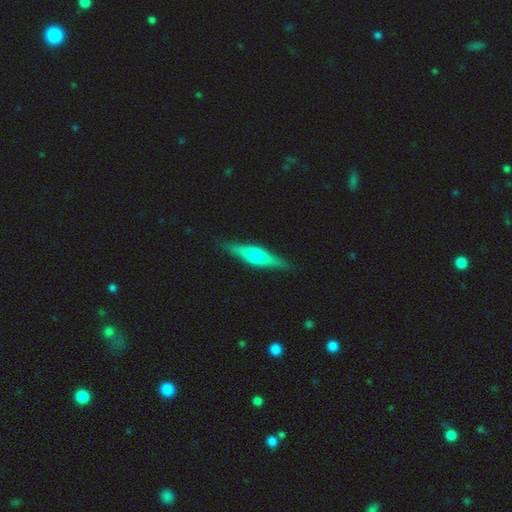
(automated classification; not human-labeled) Smooth or featured: featured or disk — 54% (smooth — 40%)
Edge-on disk: yes — 94% (no — 6%)
Edge-on bulge: rounded — 91% (boxy — 6%)
Merging: none — 89% (minor disturbance — 8%)